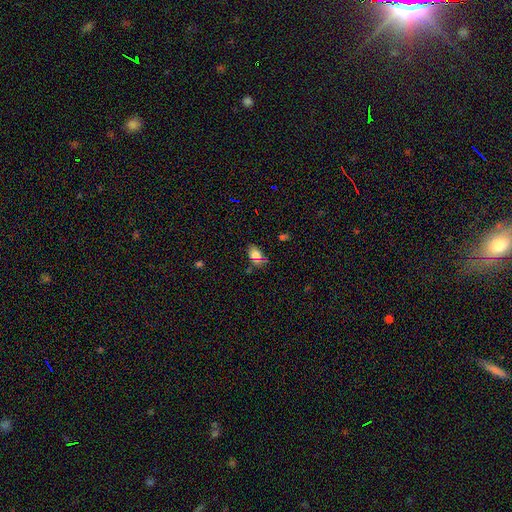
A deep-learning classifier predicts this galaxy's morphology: The model was most divided on "smooth or featured": smooth: 72%, star or artifact: 19%, featured or disk: 9%. More confident: how rounded — in between (81%); merging — none (72%).